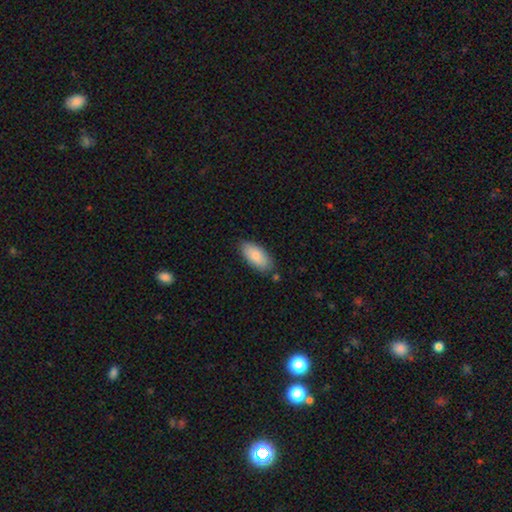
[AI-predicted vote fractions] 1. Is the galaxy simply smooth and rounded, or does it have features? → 84% smooth, 10% featured or disk, 6% star or artifact.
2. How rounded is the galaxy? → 90% in between, 8% cigar-shaped, 2% round.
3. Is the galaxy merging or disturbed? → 80% none, 14% minor disturbance, 3% merger, 3% major disturbance.